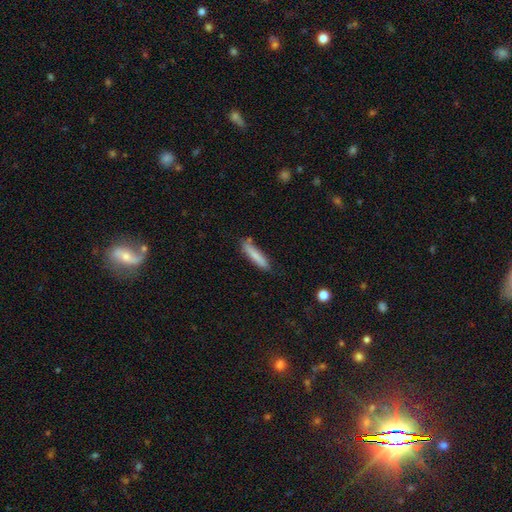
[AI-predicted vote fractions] Morphology: type=smooth (81%); roundness=cigar-shaped (86%); merging=none (78%).